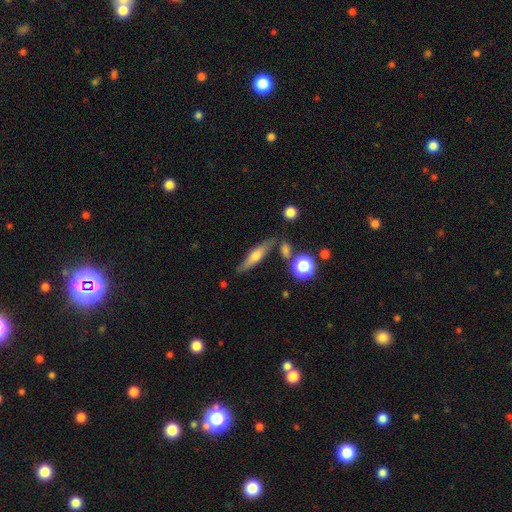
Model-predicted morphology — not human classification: This is possibly a smooth galaxy (48%). Merging: likely none (78%).